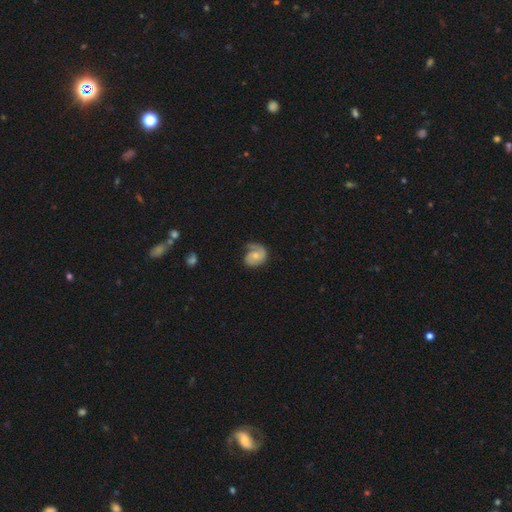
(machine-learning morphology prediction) This appears to be a featured or disk galaxy (70%) with no bar (65%), 2 (53%) medium (42%) spiral arms (93%) and a small central bulge (50%). Merging: none (54%).